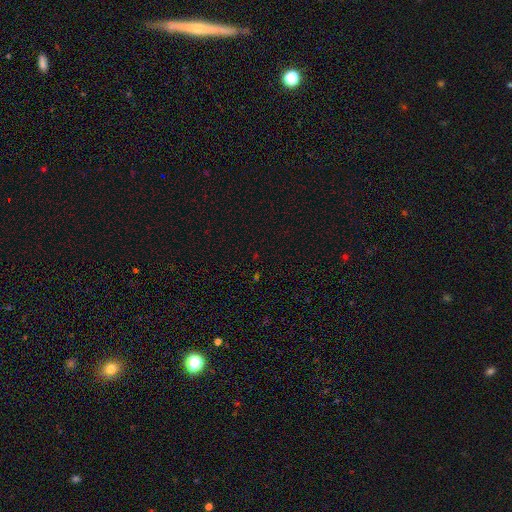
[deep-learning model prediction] This appears to be a star or artifact, not a galaxy (65%).